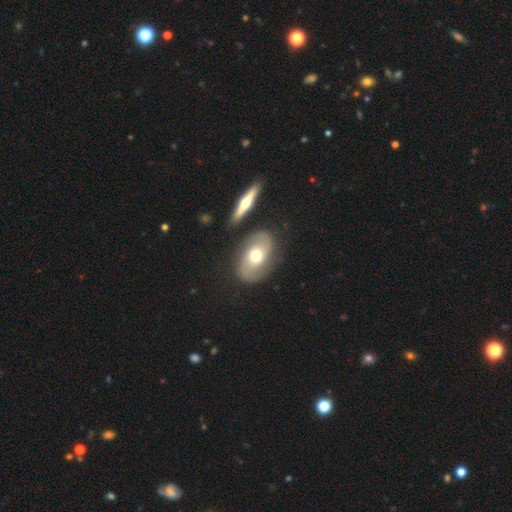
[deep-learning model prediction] This is likely a featured or disk galaxy (70%). It is clearly not viewed edge-on (93%). Bar: likely no (63%). Spiral arm pattern: clearly yes (83%). Spiral arm count: clearly 2 (91%). Spiral winding: possibly medium (47%). Central bulge: likely moderate (72%). Merging: likely none (78%).